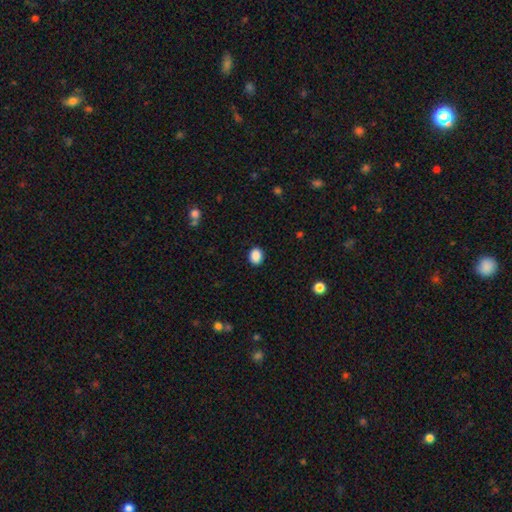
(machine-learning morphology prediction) Smooth or featured? Predicted: smooth (p=0.89). How rounded? Predicted: round (p=0.54). Merging? Predicted: none (p=0.90).